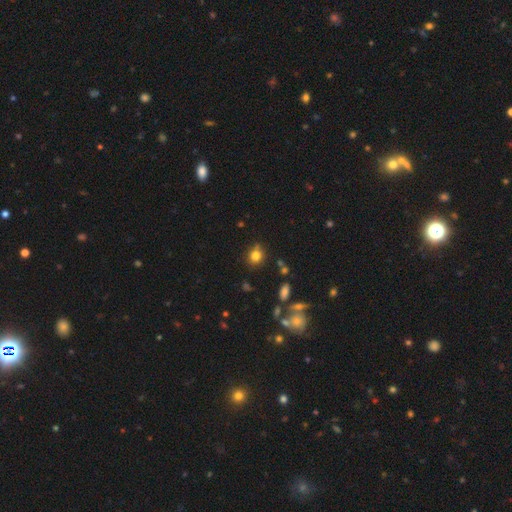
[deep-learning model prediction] smooth_or_featured: smooth (p=0.80) [alt: star or artifact p=0.13]
how_rounded: round (p=0.78) [alt: in between p=0.20]
merging: none (p=0.80) [alt: minor disturbance p=0.13]